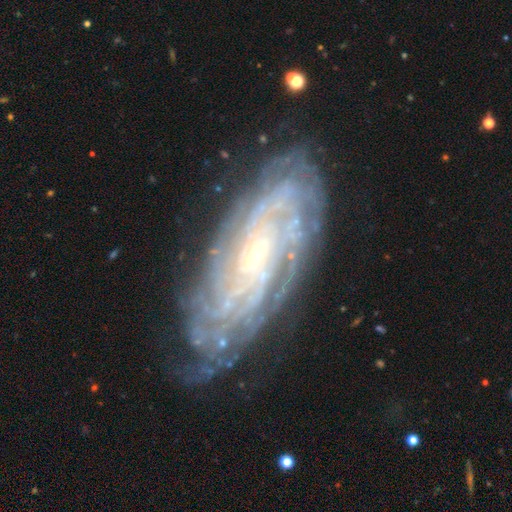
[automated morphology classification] Q: Smooth or featured?
A: featured or disk (88%); runner-up: star or artifact (6%)
Q: Edge-on disk?
A: no (93%); runner-up: yes (7%)
Q: Bar?
A: no (59%); runner-up: weak (31%)
Q: Spiral arms?
A: yes (97%); runner-up: no (3%)
Q: Spiral winding?
A: tight (80%); runner-up: medium (16%)
Q: Spiral arm count?
A: can't tell (35%); runner-up: more than 4 (23%)
Q: Bulge size?
A: small (76%); runner-up: moderate (18%)
Q: Merging?
A: none (76%); runner-up: minor disturbance (17%)